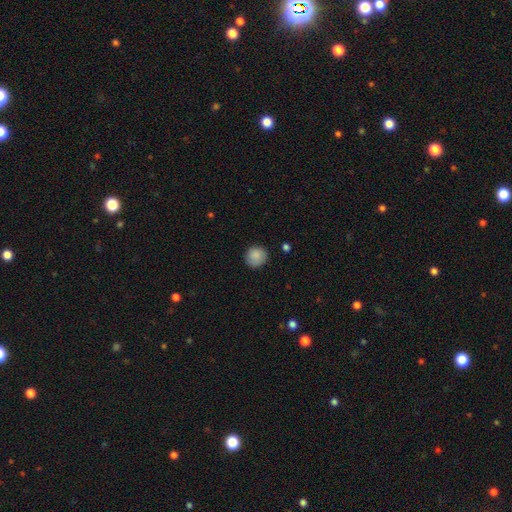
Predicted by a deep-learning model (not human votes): Smooth or featured?
  - smooth: 87% *
  - star or artifact: 8%
  - featured or disk: 6%
How rounded?
  - round: 90% *
  - in between: 9%
  - cigar-shaped: 1%
Merging?
  - none: 84% *
  - minor disturbance: 12%
  - major disturbance: 3%
  - merger: 1%